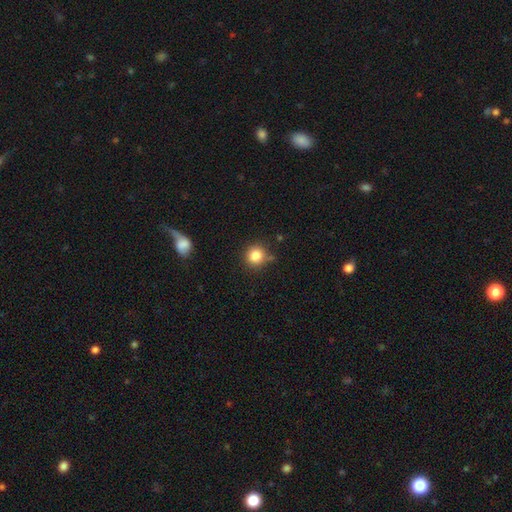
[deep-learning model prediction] smooth_or_featured: smooth (p=0.84) [alt: star or artifact p=0.11]
how_rounded: round (p=0.90) [alt: in between p=0.09]
merging: none (p=0.78) [alt: minor disturbance p=0.13]